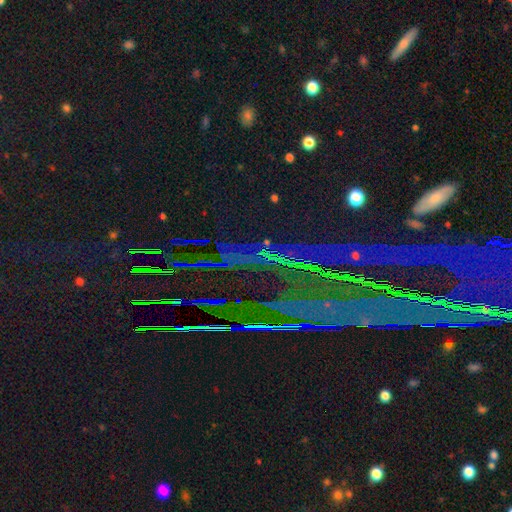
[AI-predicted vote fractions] star or artifact 83%, featured or disk 9%, smooth 7%.